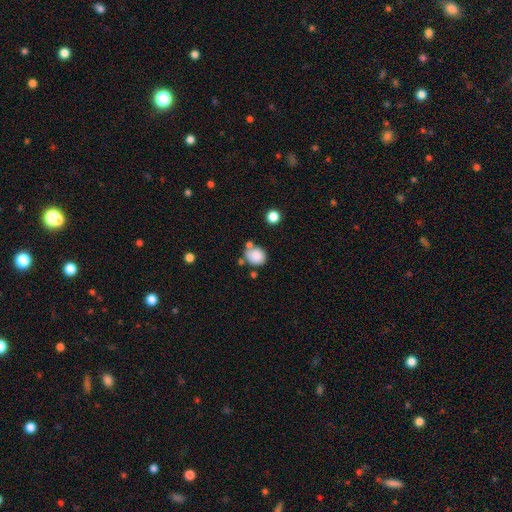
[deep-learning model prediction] Smooth or featured? smooth (84%)
How rounded? round (78%)
Merging? none (57%)